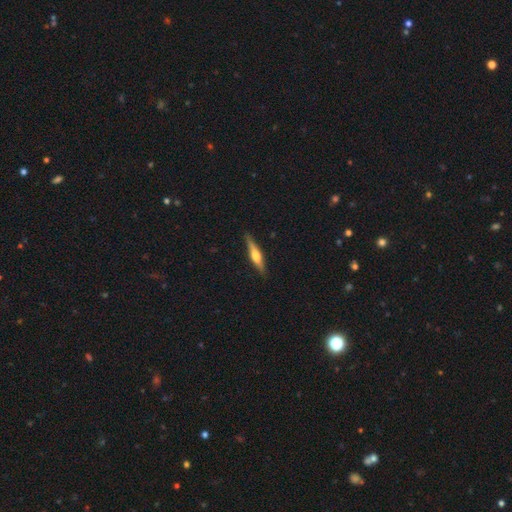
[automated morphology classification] type=featured or disk (57%); edge-on=yes (96%); edge-on bulge=rounded (87%); merging=none (87%).